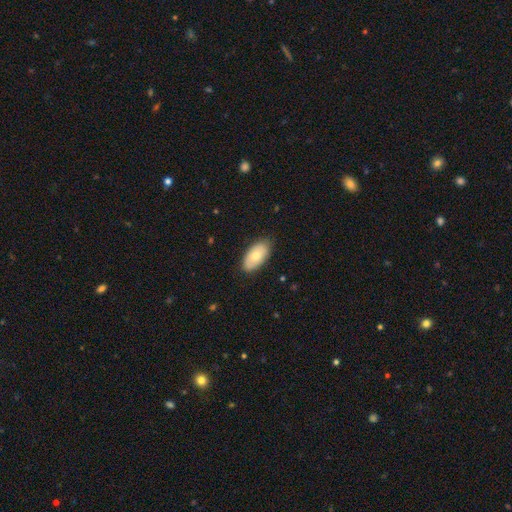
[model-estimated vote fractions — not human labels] Smooth or featured? smooth (69%)
How rounded? in between (94%)
Merging? none (82%)